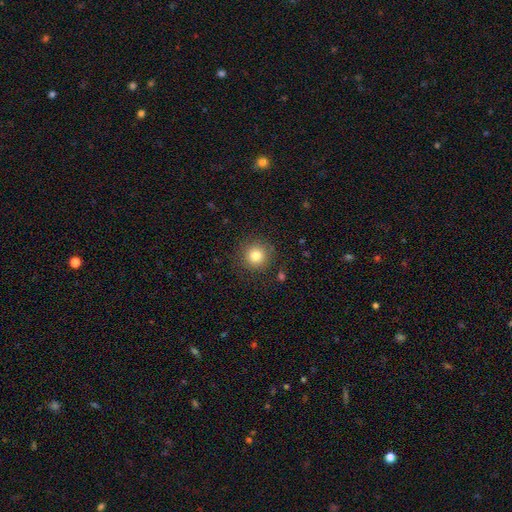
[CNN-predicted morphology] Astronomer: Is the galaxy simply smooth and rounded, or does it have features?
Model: smooth — 82%.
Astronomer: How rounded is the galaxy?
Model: round — 94%.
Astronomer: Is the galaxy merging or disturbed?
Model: none — 88%.